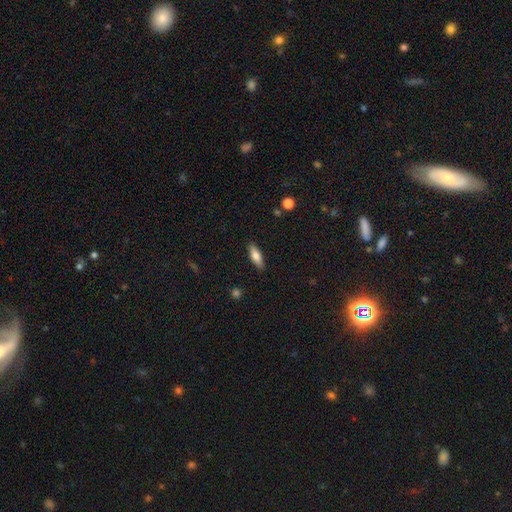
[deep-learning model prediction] Smooth or featured: smooth — 74% (featured or disk — 20%)
How rounded: in between — 56% (cigar-shaped — 41%)
Merging: none — 88% (minor disturbance — 9%)